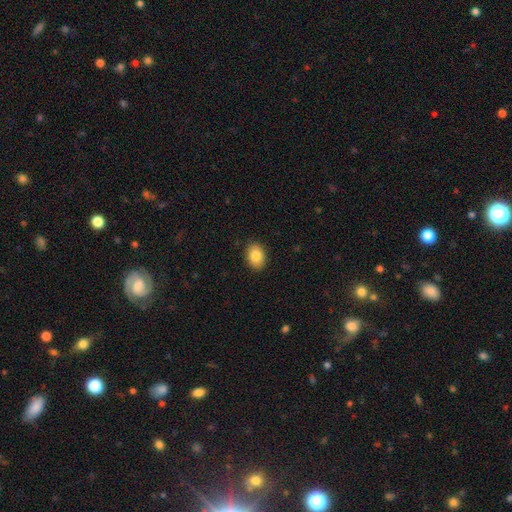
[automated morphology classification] Smooth or featured?
  - smooth: 84% *
  - star or artifact: 8%
  - featured or disk: 8%
How rounded?
  - in between: 72% *
  - round: 27%
  - cigar-shaped: 1%
Merging?
  - none: 89% *
  - minor disturbance: 8%
  - major disturbance: 2%
  - merger: 1%